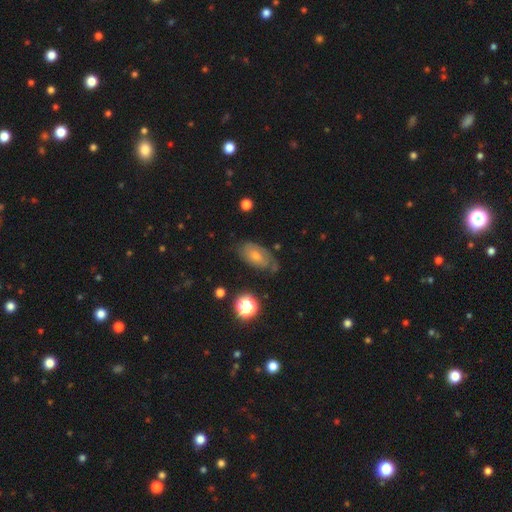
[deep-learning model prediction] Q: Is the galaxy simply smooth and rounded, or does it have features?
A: featured or disk — 45%.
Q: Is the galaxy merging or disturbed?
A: none — 63%.